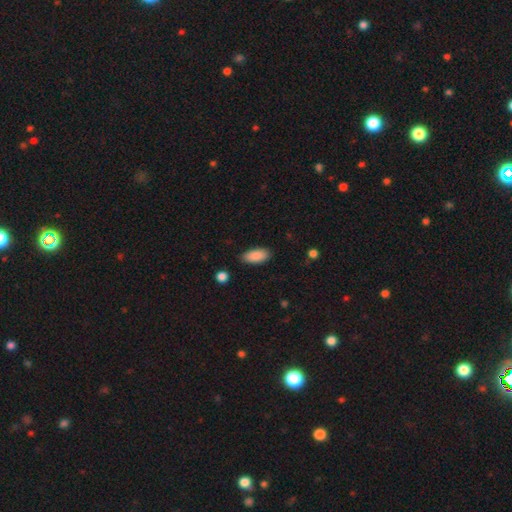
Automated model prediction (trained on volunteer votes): A smooth galaxy with no disk features (89%) that is in between round and cigar-shaped (90%). Merging: none (85%).